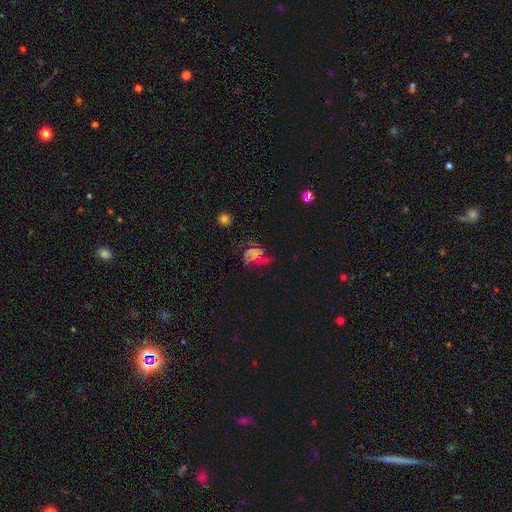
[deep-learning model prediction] A featured or disk galaxy (49%). Merging: none (47%).